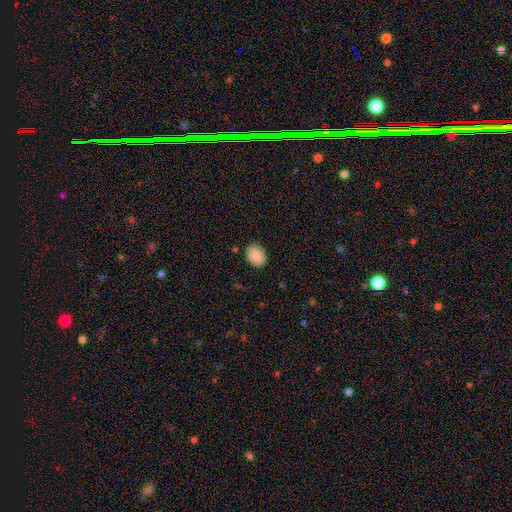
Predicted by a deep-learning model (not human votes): Smooth or featured: smooth — 89% (star or artifact — 7%)
How rounded: in between — 70% (round — 29%)
Merging: none — 85% (minor disturbance — 11%)